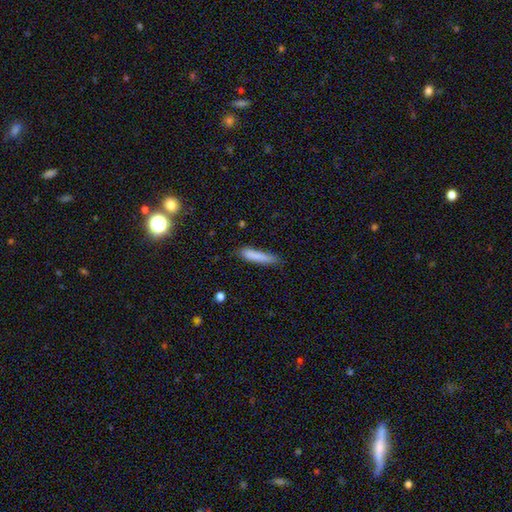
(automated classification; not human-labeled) Morphology: type=smooth (83%); roundness=cigar-shaped (87%); merging=none (76%).